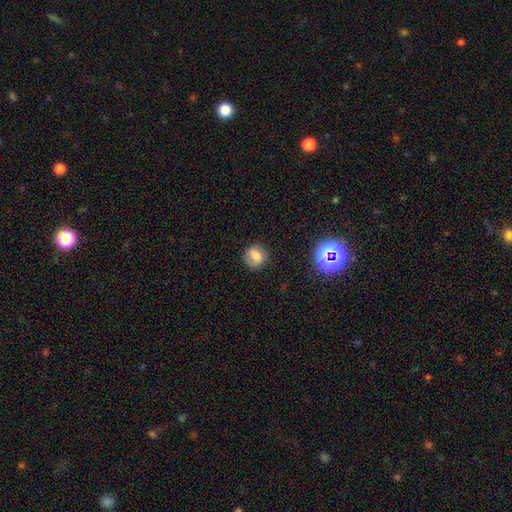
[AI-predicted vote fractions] Morphology: type=smooth (68%); roundness=round (79%); merging=none (78%).